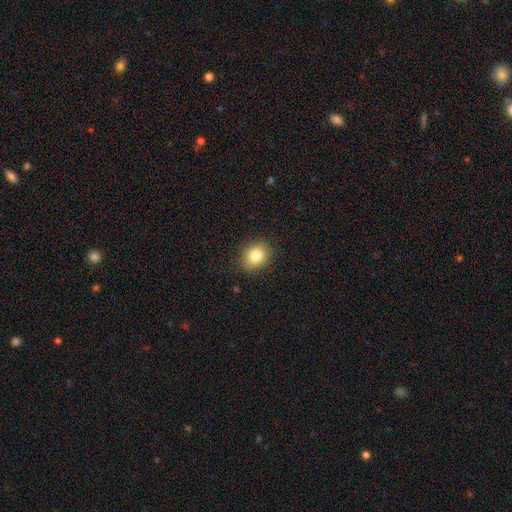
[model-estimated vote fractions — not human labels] This is clearly a smooth galaxy (82%). How rounded: possibly round (60%). Merging: clearly none (87%).